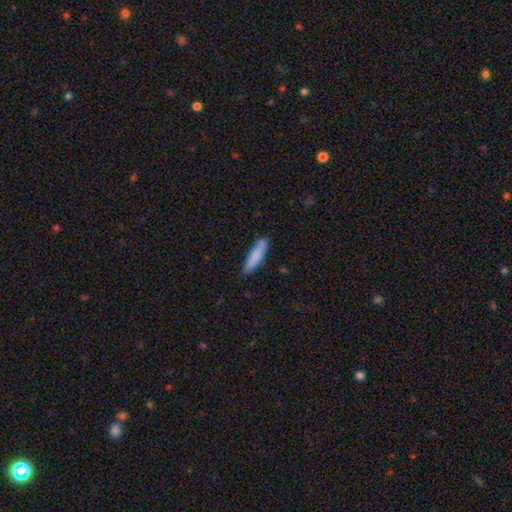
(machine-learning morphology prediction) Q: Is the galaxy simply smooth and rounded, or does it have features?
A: smooth — 83%.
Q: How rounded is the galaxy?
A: cigar-shaped — 81%.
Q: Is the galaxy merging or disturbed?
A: none — 81%.